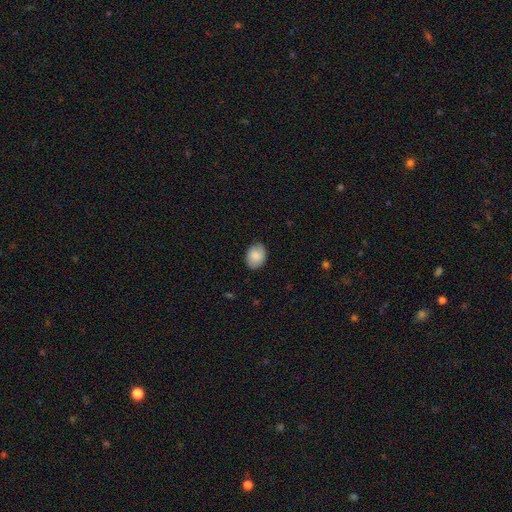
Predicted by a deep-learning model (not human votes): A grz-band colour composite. It shows a smooth galaxy with no disk features (84%) that is in between round and cigar-shaped (65%). Merging: none (82%).